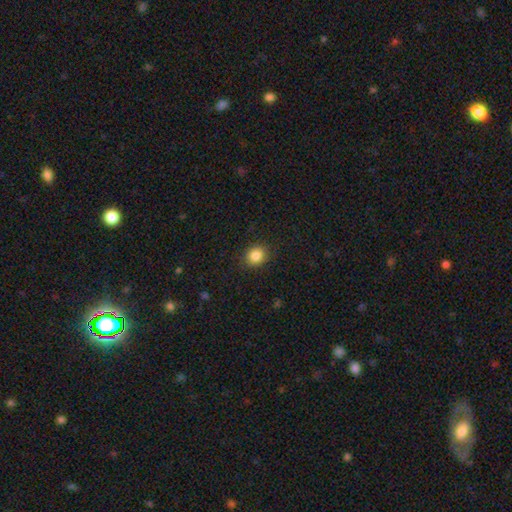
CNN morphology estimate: Smooth or featured: smooth — 85% (star or artifact — 10%)
How rounded: round — 72% (in between — 27%)
Merging: none — 88% (minor disturbance — 8%)